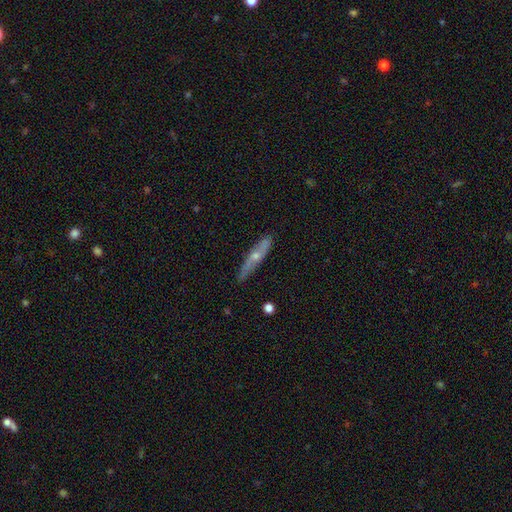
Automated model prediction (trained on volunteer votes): A featured or disk galaxy (59%) viewed edge-on (78%).

Vote fractions:
- Smooth or featured? featured or disk: 59% / smooth: 34% / star or artifact: 7%
- Edge-on disk? yes: 78% / no: 22%
- Merging? none: 80% / minor disturbance: 15% / major disturbance: 3% / merger: 2%